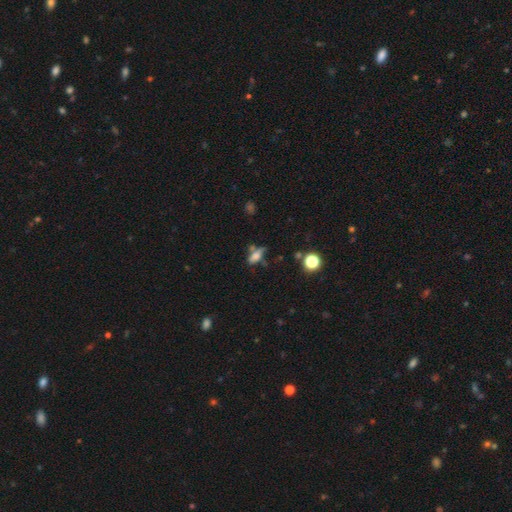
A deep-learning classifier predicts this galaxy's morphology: smooth_or_featured: smooth (p=0.65) [alt: featured or disk p=0.20]
how_rounded: in between (p=0.72) [alt: cigar-shaped p=0.19]
merging: none (p=0.41) [alt: minor disturbance p=0.24]